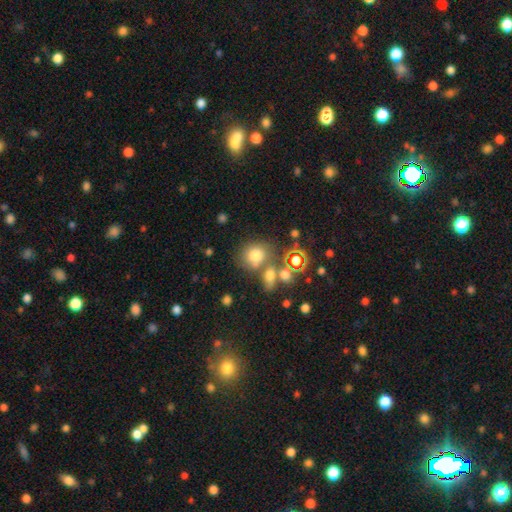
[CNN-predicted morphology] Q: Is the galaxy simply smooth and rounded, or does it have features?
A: smooth — 73%.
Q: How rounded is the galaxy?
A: round — 73%.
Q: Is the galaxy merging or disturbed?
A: none — 54%.